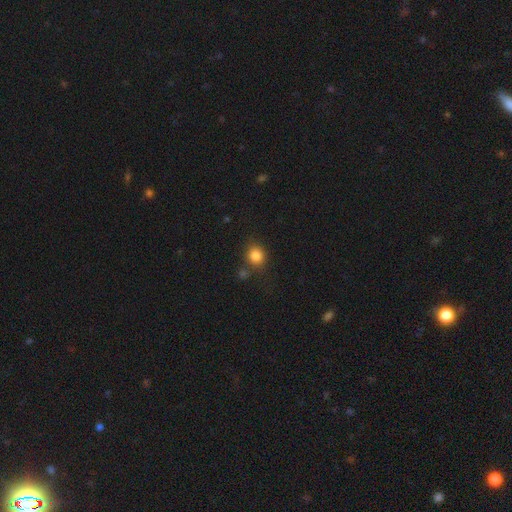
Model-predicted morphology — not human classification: smooth_or_featured: smooth (p=0.84) [alt: star or artifact p=0.11]
how_rounded: round (p=0.78) [alt: in between p=0.21]
merging: none (p=0.74) [alt: minor disturbance p=0.13]